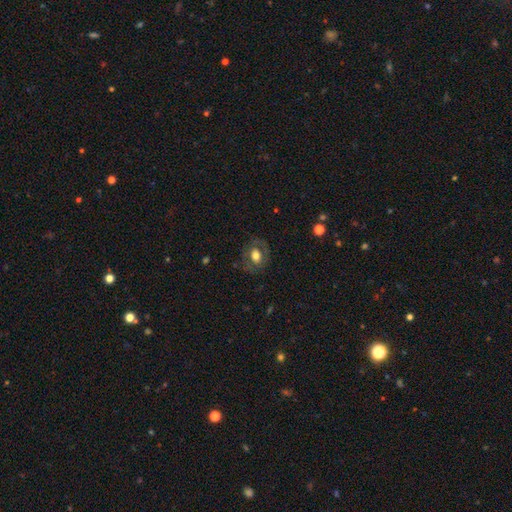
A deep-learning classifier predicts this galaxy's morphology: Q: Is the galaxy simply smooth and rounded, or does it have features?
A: smooth — 51%.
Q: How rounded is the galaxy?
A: round — 51%.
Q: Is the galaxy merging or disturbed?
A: none — 76%.